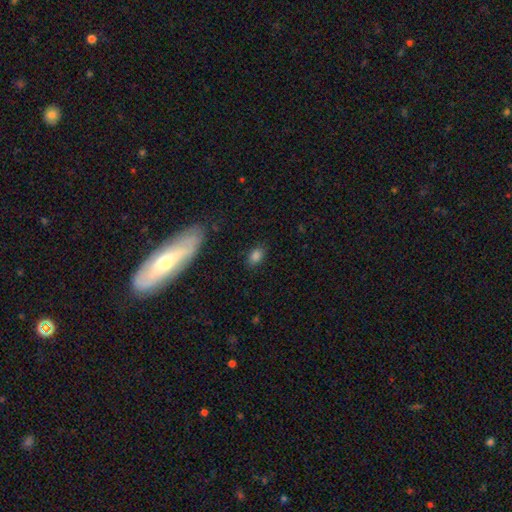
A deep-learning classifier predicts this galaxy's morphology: A smooth galaxy with no disk features (83%) that is in between round and cigar-shaped (85%). Merging: none (81%).